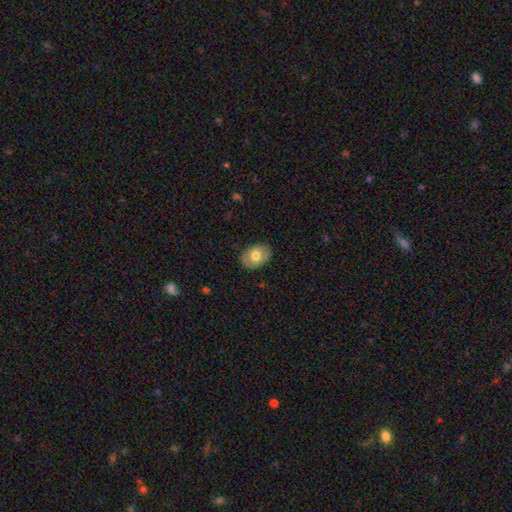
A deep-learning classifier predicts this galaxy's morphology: Smooth or featured: smooth — 70% (featured or disk — 23%)
How rounded: in between — 73% (round — 26%)
Merging: none — 85% (minor disturbance — 11%)